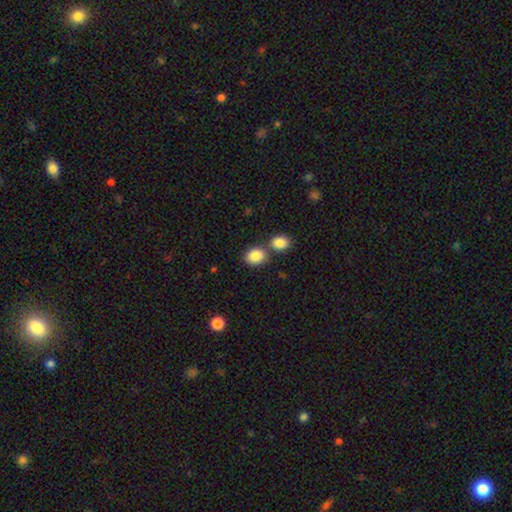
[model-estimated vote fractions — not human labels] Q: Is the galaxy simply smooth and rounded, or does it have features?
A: smooth — 87%.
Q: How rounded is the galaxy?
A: in between — 59%.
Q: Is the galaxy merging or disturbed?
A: none — 59%.